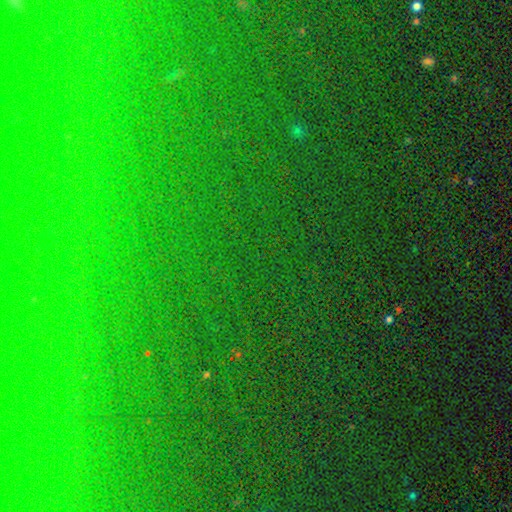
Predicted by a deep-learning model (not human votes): Smooth or featured: star or artifact — 80% (smooth — 11%)